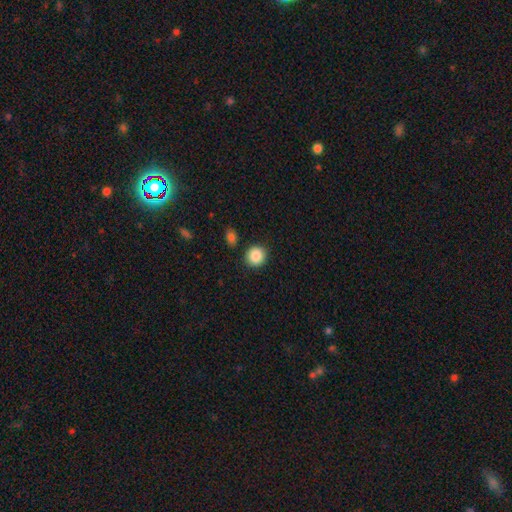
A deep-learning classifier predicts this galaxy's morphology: smooth_or_featured: smooth (p=0.88) [alt: star or artifact p=0.08]
how_rounded: round (p=0.88) [alt: in between p=0.11]
merging: none (p=0.88) [alt: minor disturbance p=0.07]